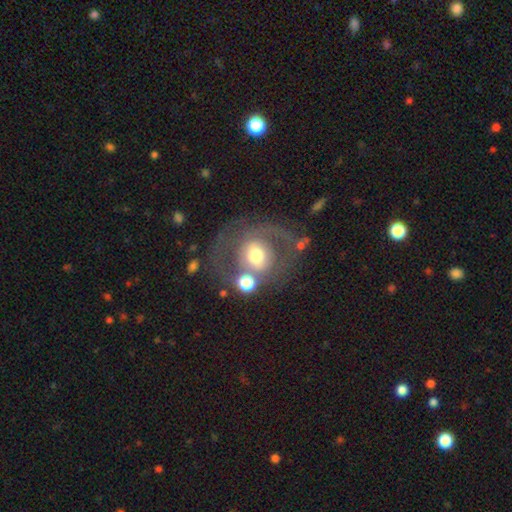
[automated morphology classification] A featured or disk galaxy (53%).

Vote fractions:
- Smooth or featured? featured or disk: 53% / smooth: 37% / star or artifact: 10%
- Edge-on disk? no: 95% / yes: 5%
- Merging? none: 56% / major disturbance: 16% / minor disturbance: 16% / merger: 13%